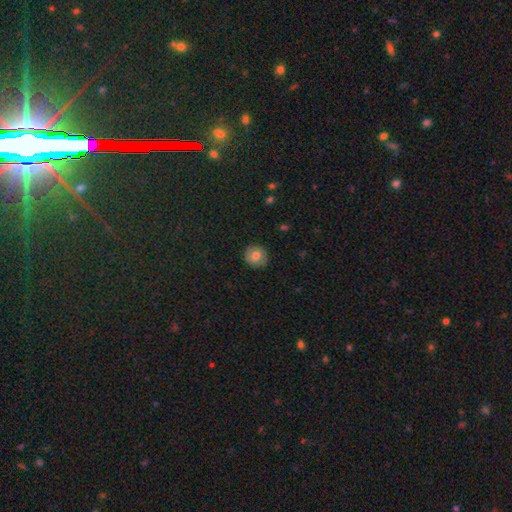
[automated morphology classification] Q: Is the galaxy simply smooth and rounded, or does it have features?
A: smooth — 75%.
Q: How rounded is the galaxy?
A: round — 90%.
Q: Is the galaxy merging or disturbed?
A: none — 87%.